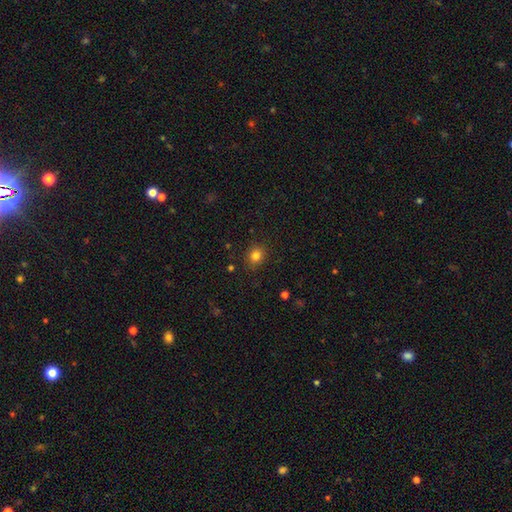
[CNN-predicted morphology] Q: Smooth or featured?
A: smooth (81%); runner-up: star or artifact (13%)
Q: How rounded?
A: round (75%); runner-up: in between (24%)
Q: Merging?
A: none (87%); runner-up: minor disturbance (9%)